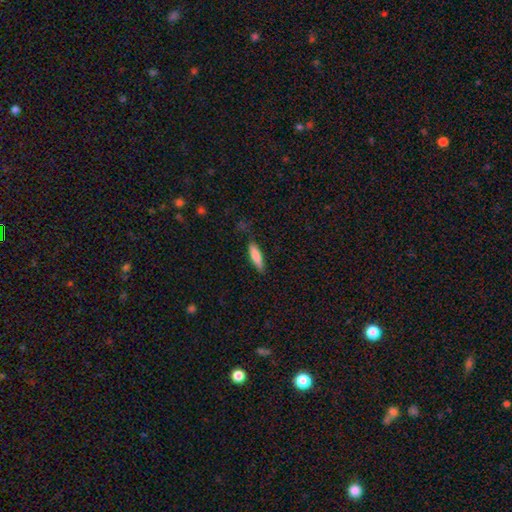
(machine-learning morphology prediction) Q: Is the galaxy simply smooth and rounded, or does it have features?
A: smooth — 80%.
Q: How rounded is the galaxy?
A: cigar-shaped — 71%.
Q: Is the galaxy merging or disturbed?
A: none — 79%.